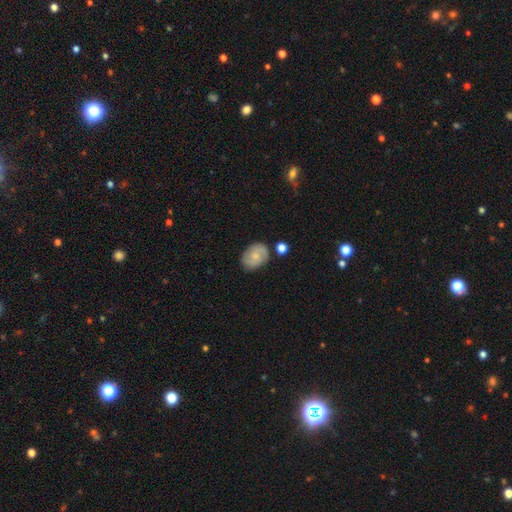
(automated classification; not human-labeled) Smooth or featured?
  - featured or disk: 49% *
  - smooth: 43%
  - star or artifact: 8%
Merging?
  - none: 73% *
  - minor disturbance: 17%
  - merger: 6%
  - major disturbance: 4%